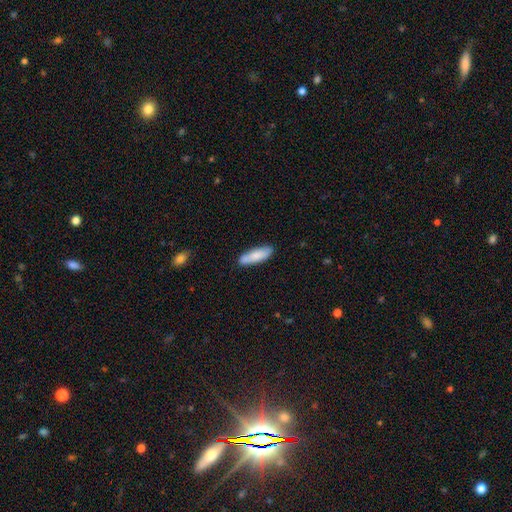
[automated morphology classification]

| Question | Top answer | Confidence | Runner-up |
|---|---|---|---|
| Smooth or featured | smooth | 79% | featured or disk (15%) |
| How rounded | cigar-shaped | 52% | in between (46%) |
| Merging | none | 82% | minor disturbance (13%) |